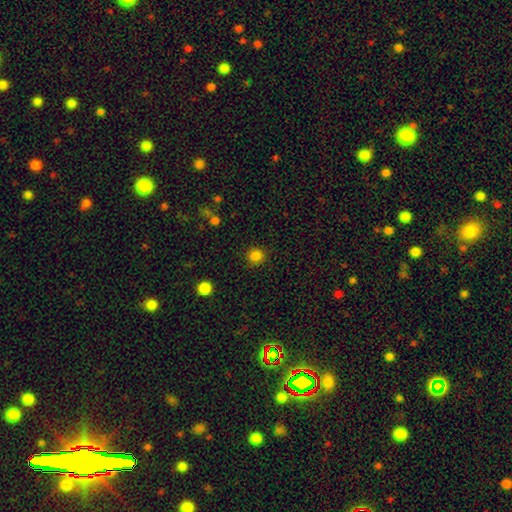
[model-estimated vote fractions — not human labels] Morphology: type=smooth (84%); roundness=round (91%); merging=none (89%).